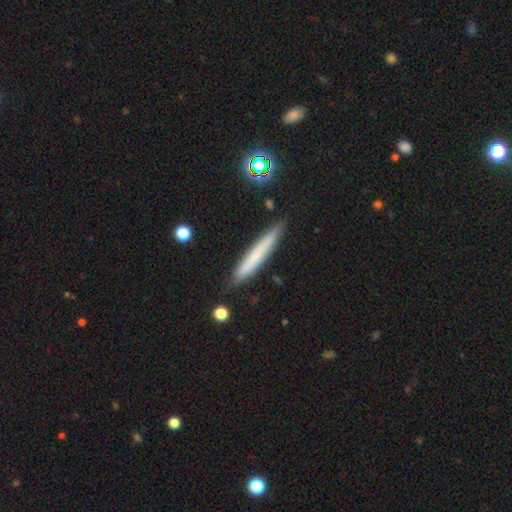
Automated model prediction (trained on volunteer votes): This is likely a smooth galaxy (65%). How rounded: clearly cigar-shaped (96%). Merging: clearly none (87%).